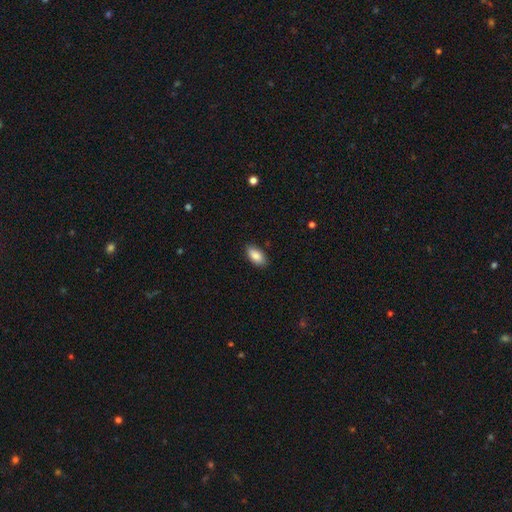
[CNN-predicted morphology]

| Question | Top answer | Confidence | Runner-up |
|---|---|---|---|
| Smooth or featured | smooth | 86% | featured or disk (7%) |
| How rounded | in between | 92% | cigar-shaped (6%) |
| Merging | none | 87% | minor disturbance (10%) |